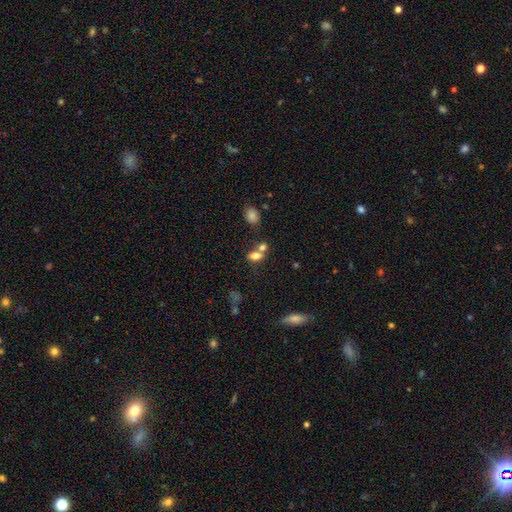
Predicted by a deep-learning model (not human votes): A smooth galaxy with no disk features (75%) that is in between round and cigar-shaped (73%). Merging: merger (45%).